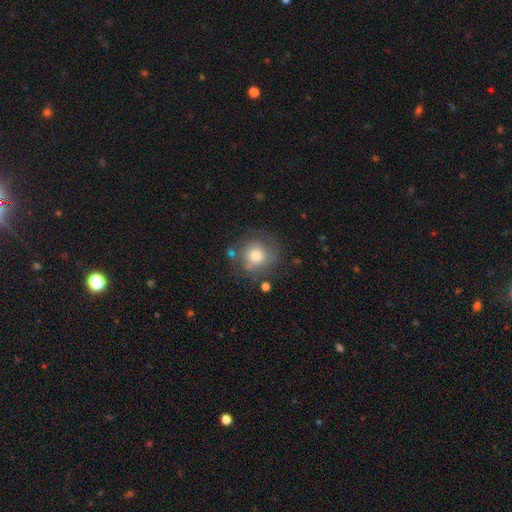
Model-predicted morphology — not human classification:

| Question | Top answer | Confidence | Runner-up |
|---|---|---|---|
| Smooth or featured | smooth | 67% | featured or disk (24%) |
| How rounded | round | 90% | in between (9%) |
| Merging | none | 68% | minor disturbance (18%) |